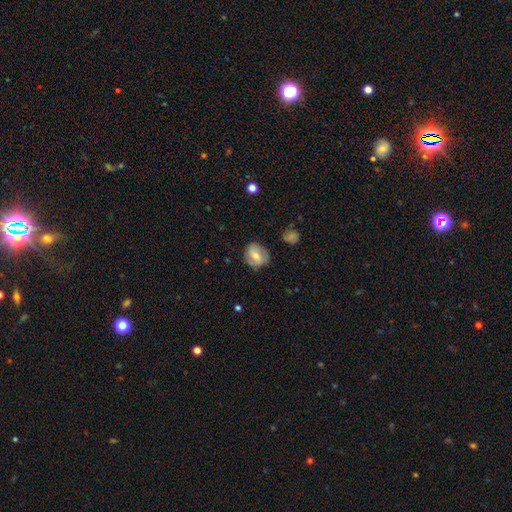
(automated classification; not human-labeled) smooth-or-featured: smooth: 58% | featured or disk: 34% | star or artifact: 8%
  how-rounded: round: 61% | in between: 37% | cigar-shaped: 1%
  merging: none: 73% | minor disturbance: 20% | major disturbance: 5% | merger: 2%